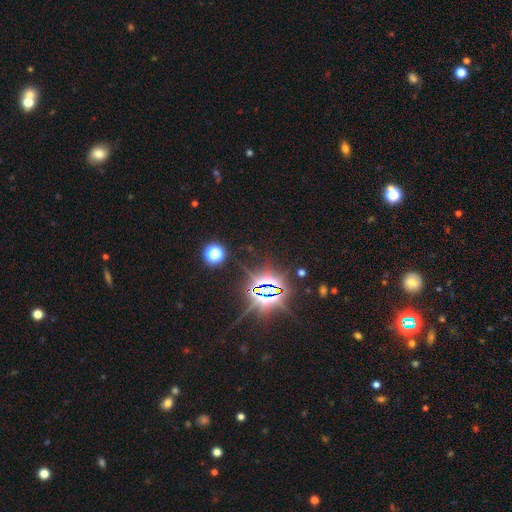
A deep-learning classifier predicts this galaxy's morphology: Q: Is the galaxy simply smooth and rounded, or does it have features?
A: star or artifact — 84%.